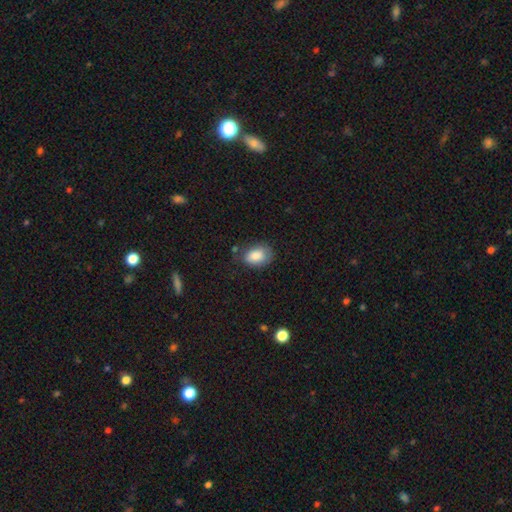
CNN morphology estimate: Smooth or featured? smooth (85%)
How rounded? in between (80%)
Merging? none (65%)